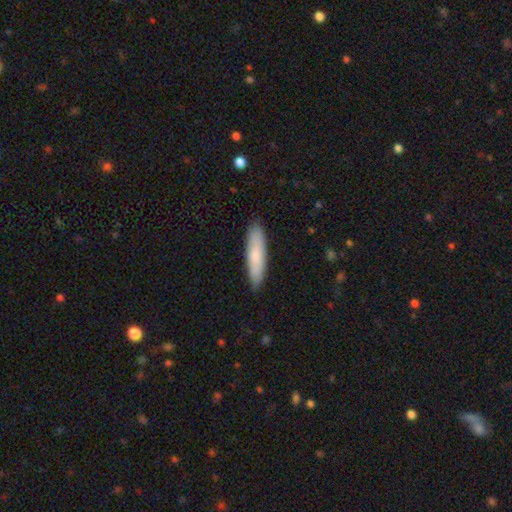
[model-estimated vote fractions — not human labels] The model was most divided on "how rounded": cigar-shaped: 75%, in between: 23%, round: 1%. More confident: merging — none (88%); smooth or featured — smooth (79%).